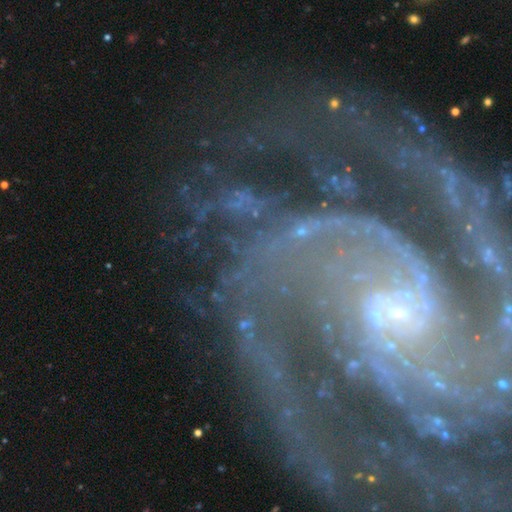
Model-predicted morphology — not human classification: This is clearly a featured or disk galaxy (90%). It is clearly not viewed edge-on (98%). Bar: possibly no (45%). Spiral arm pattern: clearly yes (98%). Spiral arm count: possibly 2 (54%). Spiral winding: possibly medium (46%). Central bulge: likely small (76%). Merging: likely none (64%).